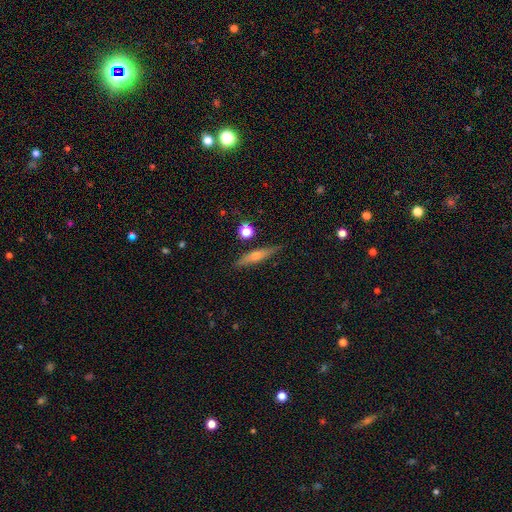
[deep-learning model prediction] Morphology: type=smooth (58%); roundness=cigar-shaped (85%); merging=none (82%).